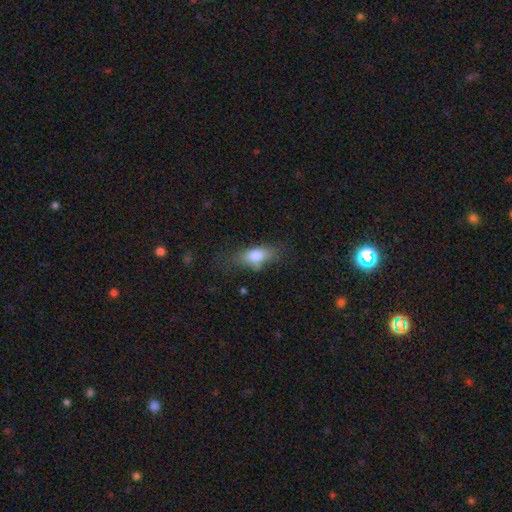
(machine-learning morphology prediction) Smooth or featured? smooth (77%)
How rounded? in between (81%)
Merging? none (55%)